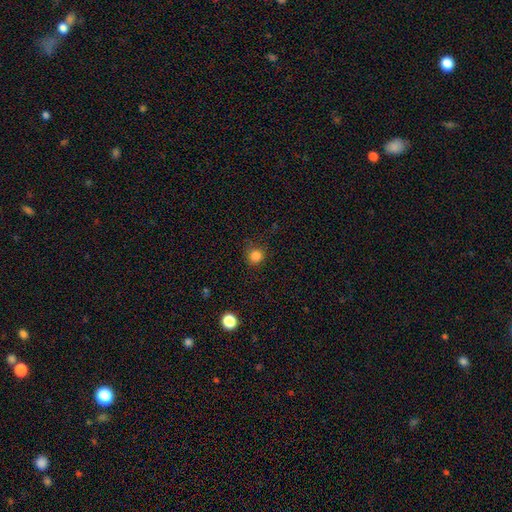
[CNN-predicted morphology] Smooth or featured? Predicted: smooth (p=0.83). How rounded? Predicted: round (p=0.93). Merging? Predicted: none (p=0.84).